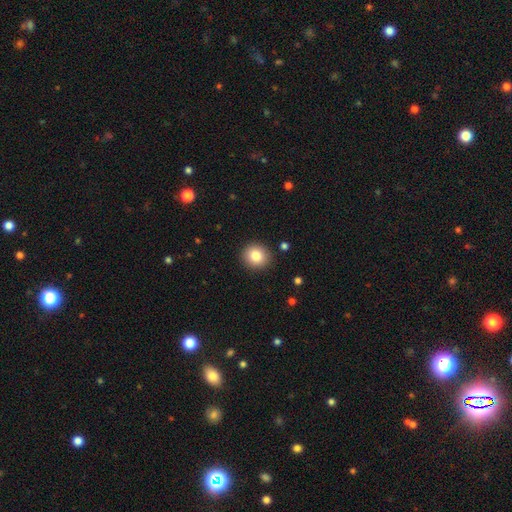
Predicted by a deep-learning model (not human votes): A smooth galaxy with no disk features (83%) that is round (86%). Merging: none (91%).